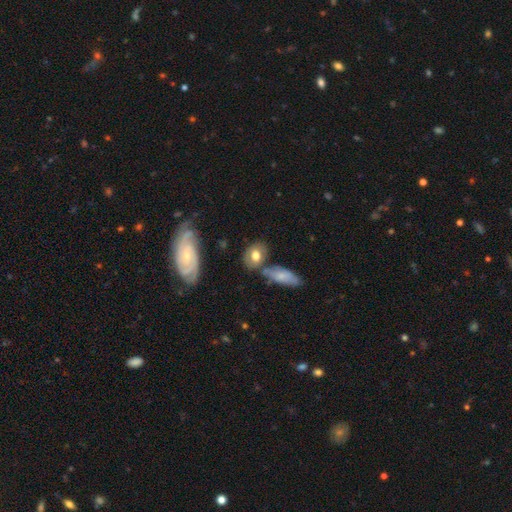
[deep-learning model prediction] Smooth or featured?
  - smooth: 63% *
  - featured or disk: 30%
  - star or artifact: 8%
How rounded?
  - in between: 64% *
  - round: 33%
  - cigar-shaped: 3%
Merging?
  - none: 61% *
  - minor disturbance: 17%
  - merger: 16%
  - major disturbance: 6%